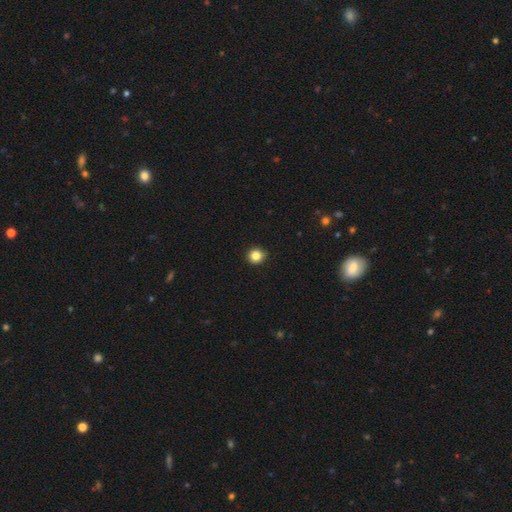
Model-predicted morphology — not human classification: smooth_or_featured: smooth (p=0.84) [alt: star or artifact p=0.11]
how_rounded: round (p=0.92) [alt: in between p=0.07]
merging: none (p=0.92) [alt: minor disturbance p=0.06]